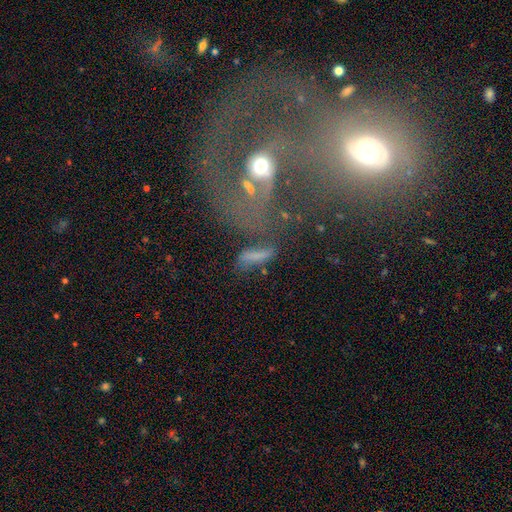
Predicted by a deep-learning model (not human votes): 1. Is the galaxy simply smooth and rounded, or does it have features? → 53% smooth, 33% featured or disk, 14% star or artifact.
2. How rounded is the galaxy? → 56% cigar-shaped, 36% in between, 8% round.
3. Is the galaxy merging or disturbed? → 40% none, 23% major disturbance, 19% minor disturbance, 18% merger.